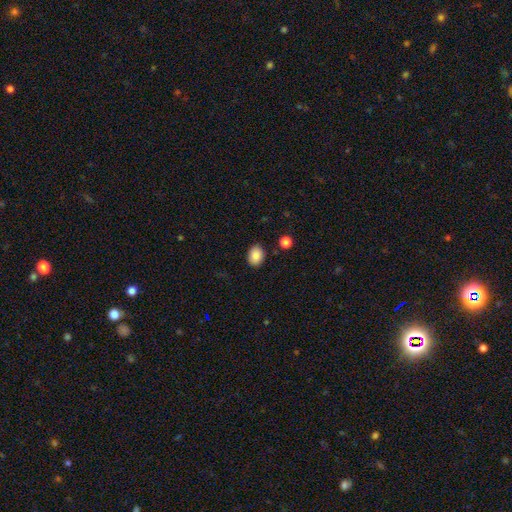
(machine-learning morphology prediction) This appears to be a smooth galaxy with no disk features (87%) that is in between round and cigar-shaped (67%). Merging: none (85%).